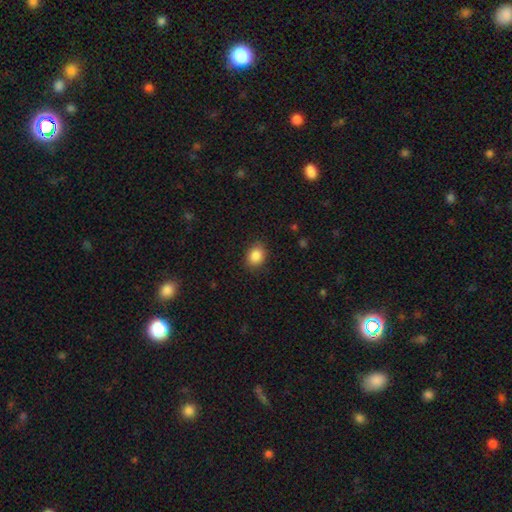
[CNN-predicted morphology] The model was most divided on "how rounded": in between: 57%, round: 42%, cigar-shaped: 1%. More confident: merging — none (88%); smooth or featured — smooth (86%).